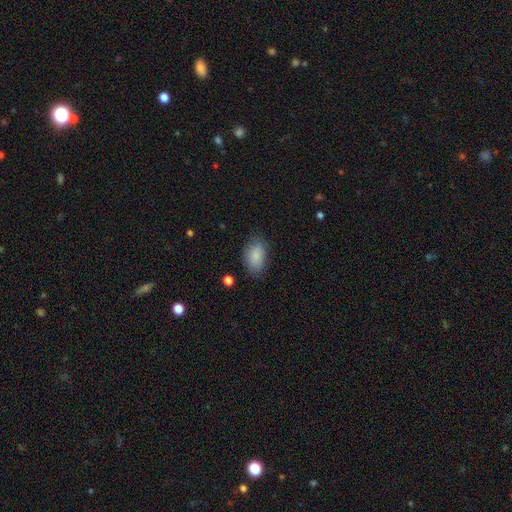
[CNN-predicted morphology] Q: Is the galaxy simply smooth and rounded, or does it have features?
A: smooth — 87%.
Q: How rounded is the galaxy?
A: in between — 92%.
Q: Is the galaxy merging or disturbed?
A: none — 80%.